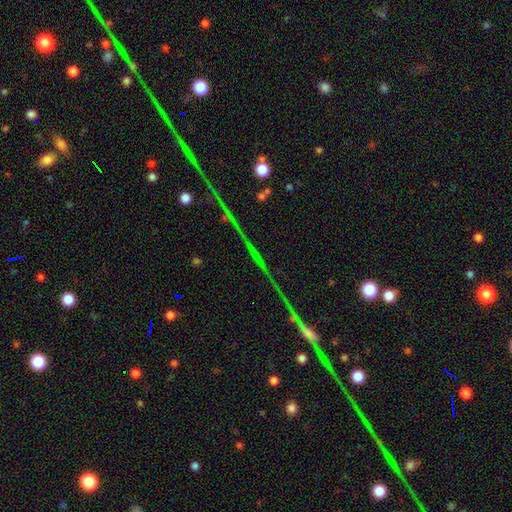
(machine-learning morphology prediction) Smooth or featured? star or artifact (71%)